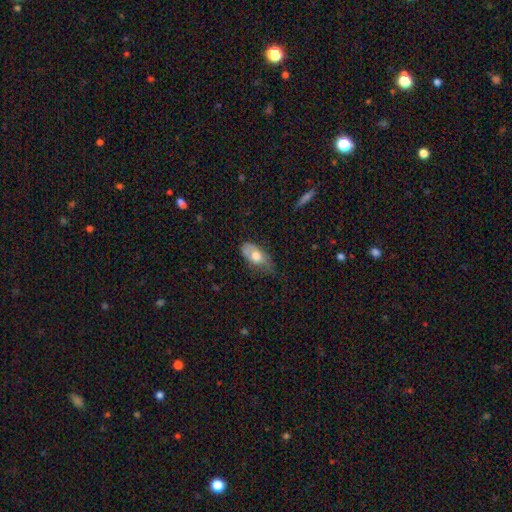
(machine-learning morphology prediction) Overall: smooth (63%; featured or disk 31%). How rounded: in between (89%). Merging: minor disturbance (41%; none 40%).